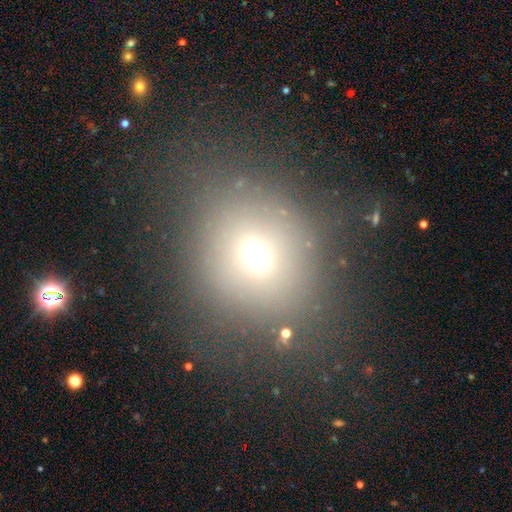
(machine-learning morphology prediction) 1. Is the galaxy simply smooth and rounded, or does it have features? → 65% smooth, 21% star or artifact, 13% featured or disk.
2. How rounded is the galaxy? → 78% round, 20% in between, 1% cigar-shaped.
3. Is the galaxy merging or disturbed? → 77% none, 11% minor disturbance, 7% major disturbance, 4% merger.